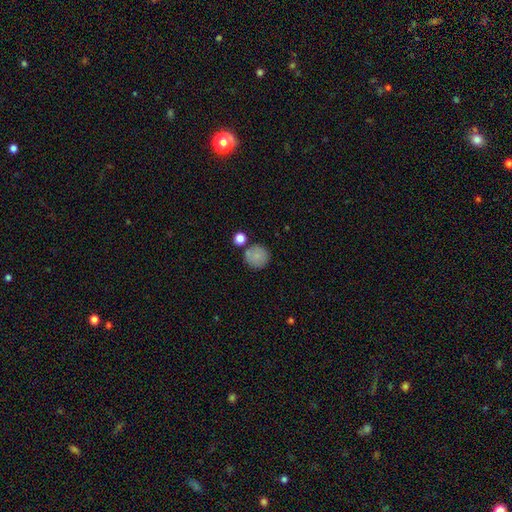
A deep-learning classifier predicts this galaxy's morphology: smooth 82%, star or artifact 9%, featured or disk 9%. Down the decision tree: how rounded — round (93%); merging — none (74%).